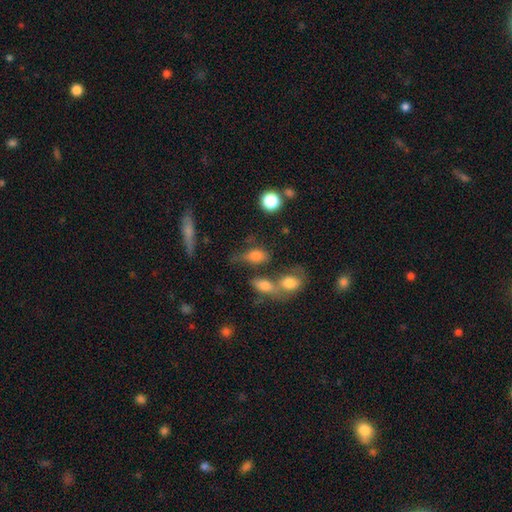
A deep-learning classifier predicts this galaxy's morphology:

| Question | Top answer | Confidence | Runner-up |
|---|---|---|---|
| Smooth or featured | smooth | 78% | featured or disk (11%) |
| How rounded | in between | 80% | round (13%) |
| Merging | none | 48% | minor disturbance (21%) |